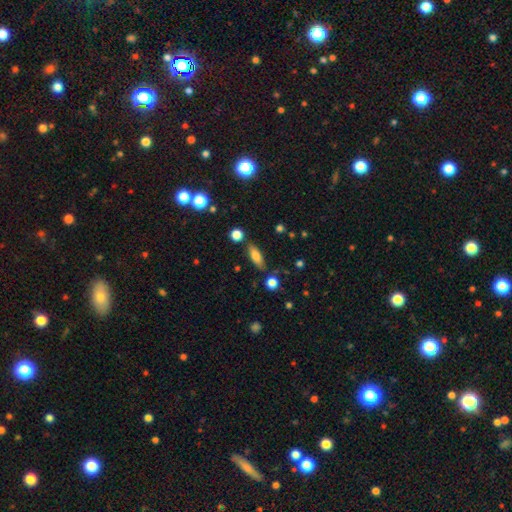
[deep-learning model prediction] Smooth or featured?
  - smooth: 76% *
  - featured or disk: 16%
  - star or artifact: 8%
How rounded?
  - in between: 66% *
  - cigar-shaped: 31%
  - round: 3%
Merging?
  - none: 78% *
  - minor disturbance: 13%
  - merger: 5%
  - major disturbance: 3%